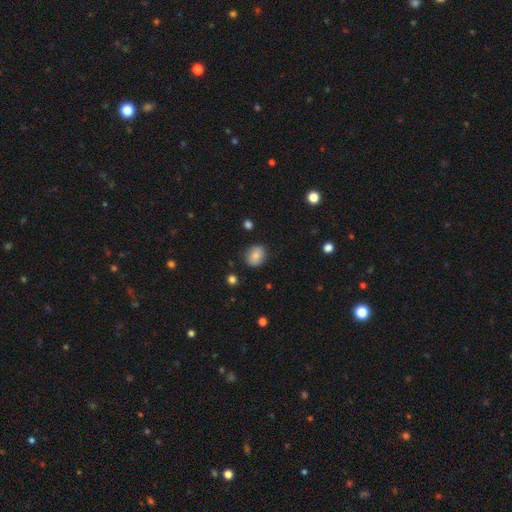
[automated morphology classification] A smooth galaxy with no disk features (79%) that is round (69%).

Vote fractions:
- Smooth or featured? smooth: 79% / featured or disk: 12% / star or artifact: 9%
- How rounded? round: 69% / in between: 29% / cigar-shaped: 1%
- Merging? none: 86% / minor disturbance: 10% / major disturbance: 3% / merger: 1%